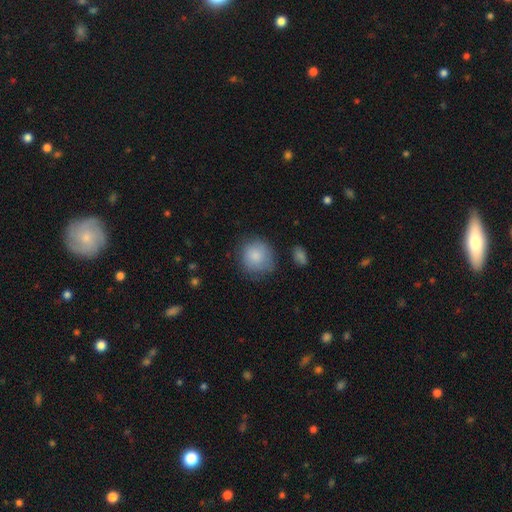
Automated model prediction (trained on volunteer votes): smooth-or-featured: smooth: 85% | featured or disk: 8% | star or artifact: 7%
  how-rounded: round: 86% | in between: 13% | cigar-shaped: 1%
  merging: none: 69% | minor disturbance: 21% | major disturbance: 6% | merger: 3%